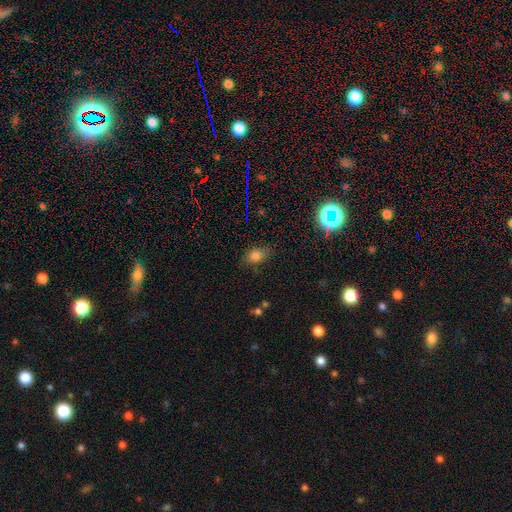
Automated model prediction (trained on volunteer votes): This is likely a smooth galaxy (77%). How rounded: likely in between (80%). Merging: likely none (77%).